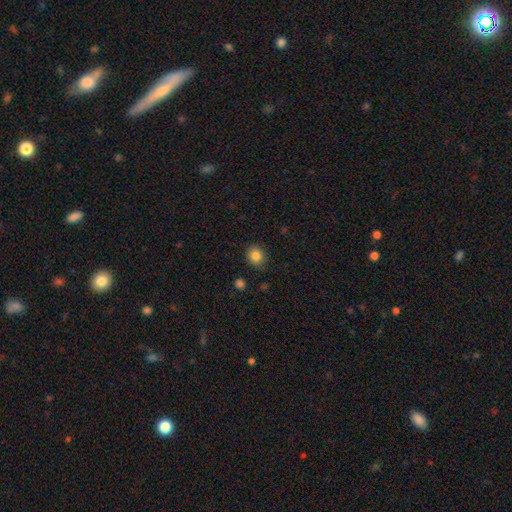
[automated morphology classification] smooth-or-featured: smooth: 85% | star or artifact: 10% | featured or disk: 5%
  how-rounded: round: 75% | in between: 24% | cigar-shaped: 1%
  merging: none: 86% | minor disturbance: 10% | major disturbance: 2% | merger: 2%